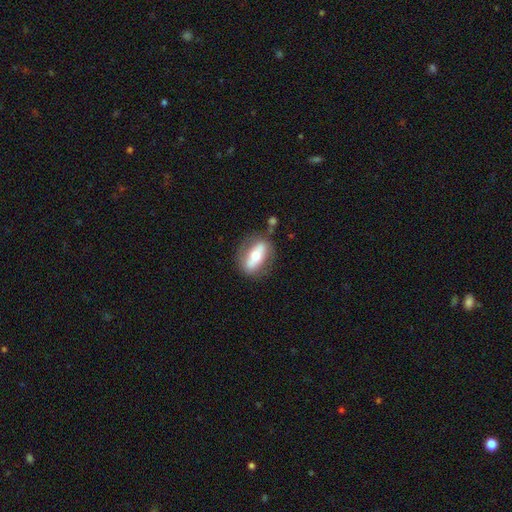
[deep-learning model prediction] Smooth or featured? Predicted: smooth (p=0.47, tied with featured or disk). Merging? Predicted: none (p=0.73).